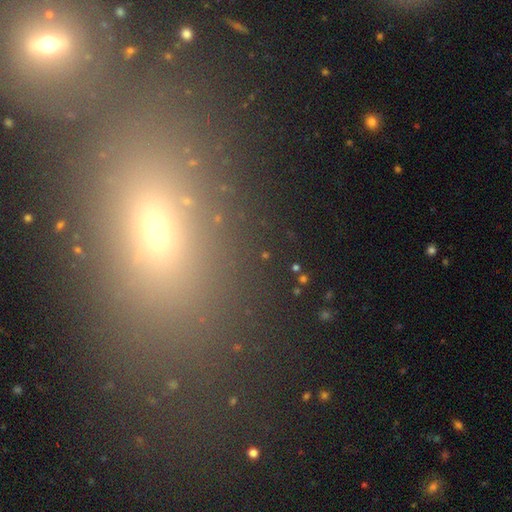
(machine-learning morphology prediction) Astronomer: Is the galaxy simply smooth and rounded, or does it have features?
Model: smooth — 52% (runner-up: star or artifact, 33%).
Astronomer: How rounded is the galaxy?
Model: in between — 74%.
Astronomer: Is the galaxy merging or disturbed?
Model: none — 69%.